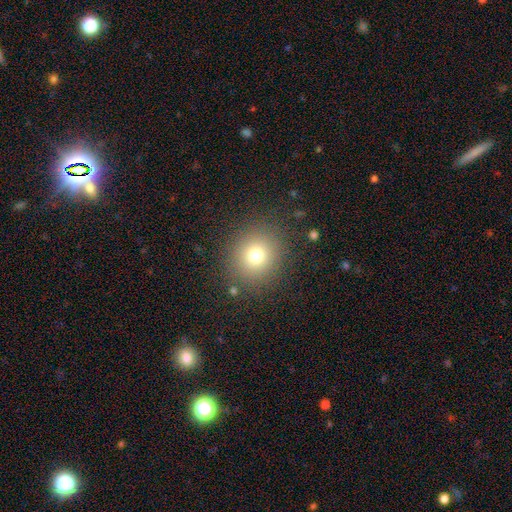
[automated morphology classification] A smooth galaxy with no disk features (74%) that is round (87%).

Vote fractions:
- Smooth or featured? smooth: 74% / star or artifact: 16% / featured or disk: 10%
- How rounded? round: 87% / in between: 12% / cigar-shaped: 1%
- Merging? none: 86% / minor disturbance: 8% / major disturbance: 4% / merger: 2%